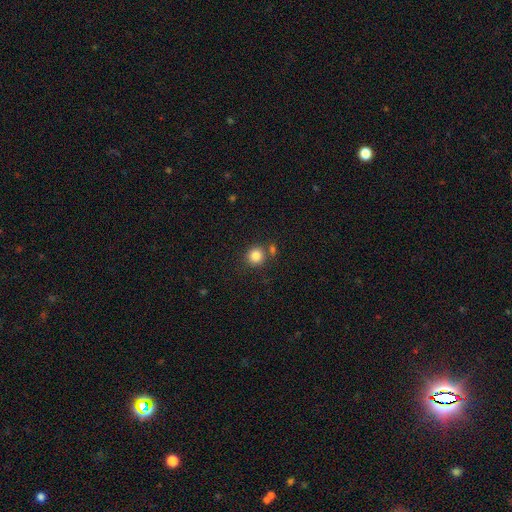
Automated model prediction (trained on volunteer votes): smooth 84%, star or artifact 11%, featured or disk 5%. Down the decision tree: how rounded — round (90%); merging — none (74%).